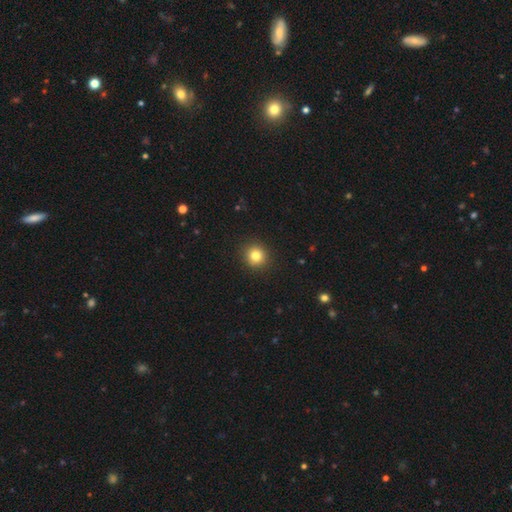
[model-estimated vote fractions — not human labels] smooth-or-featured: smooth: 82% | star or artifact: 12% | featured or disk: 6%
  how-rounded: round: 91% | in between: 8% | cigar-shaped: 1%
  merging: none: 92% | minor disturbance: 5% | major disturbance: 2% | merger: 1%